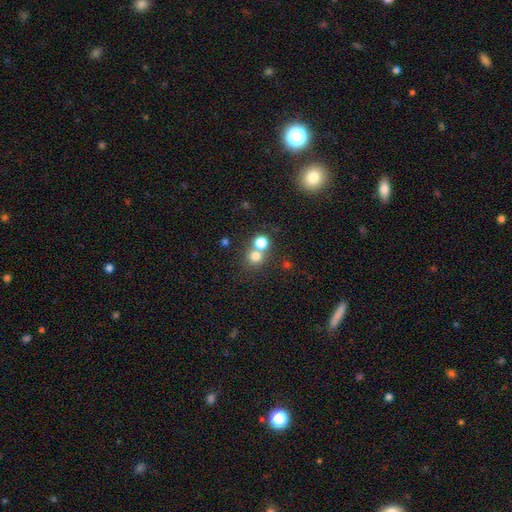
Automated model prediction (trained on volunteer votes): The model was most divided on "merging": none: 49%, merger: 43%, minor disturbance: 5%, major disturbance: 3%. More confident: how rounded — round (88%); smooth or featured — smooth (75%).